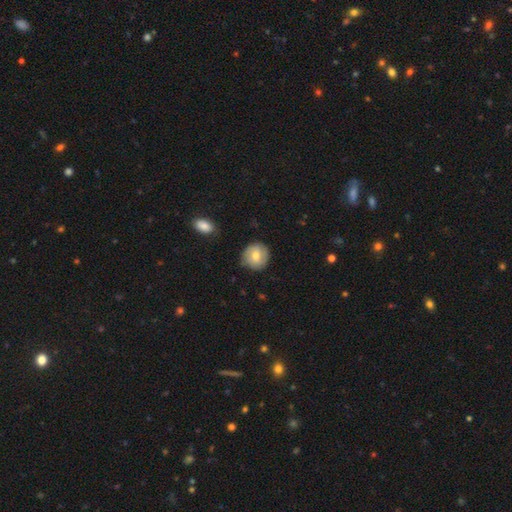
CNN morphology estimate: Overall: smooth (67%). How rounded: round (87%). Merging: none (78%).